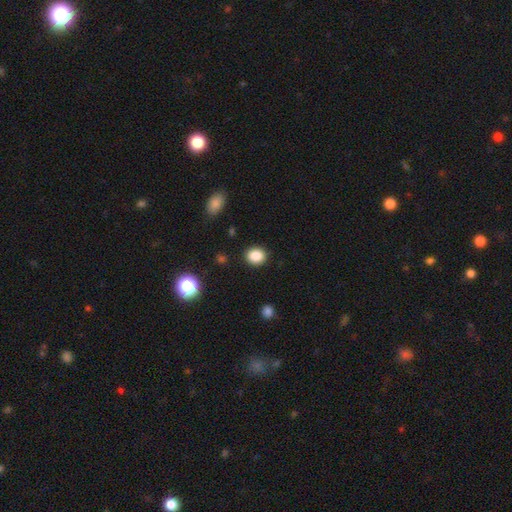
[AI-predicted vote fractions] Smooth or featured? smooth (86%)
How rounded? round (63%)
Merging? none (89%)